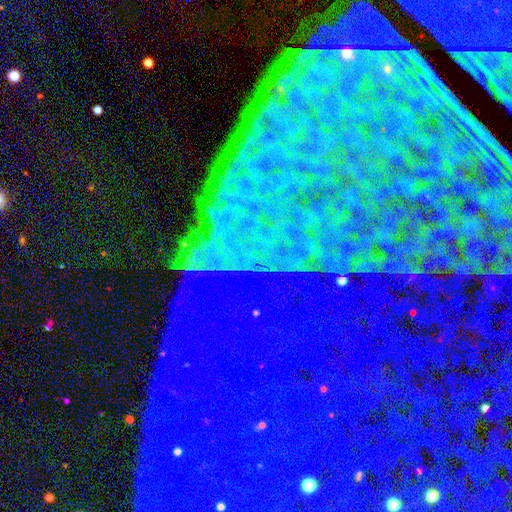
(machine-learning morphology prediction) The model was most divided on "smooth or featured": star or artifact: 84%, featured or disk: 9%, smooth: 7%.